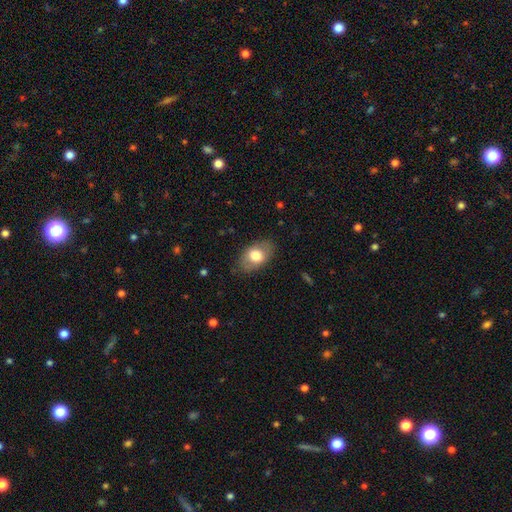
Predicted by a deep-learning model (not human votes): Smooth or featured: smooth — 72% (featured or disk — 21%)
How rounded: in between — 88% (round — 10%)
Merging: none — 80% (minor disturbance — 15%)